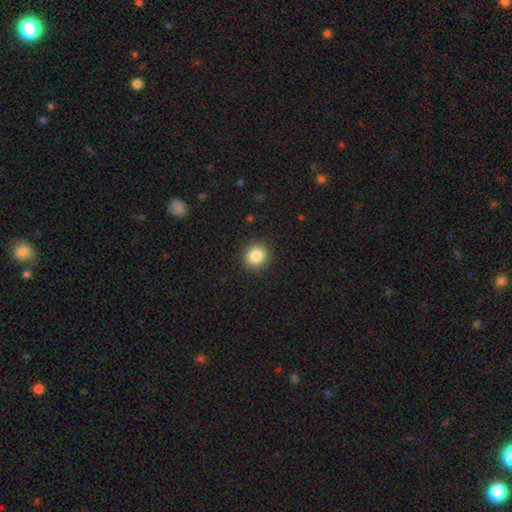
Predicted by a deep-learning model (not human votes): smooth_or_featured: smooth (p=0.85) [alt: star or artifact p=0.09]
how_rounded: round (p=0.84) [alt: in between p=0.15]
merging: none (p=0.91) [alt: minor disturbance p=0.06]